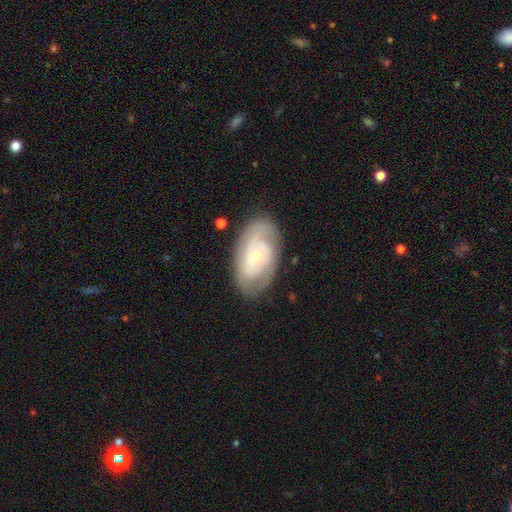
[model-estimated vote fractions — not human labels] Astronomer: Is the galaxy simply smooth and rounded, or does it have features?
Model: featured or disk — 77%.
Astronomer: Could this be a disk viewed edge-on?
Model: no — 96%.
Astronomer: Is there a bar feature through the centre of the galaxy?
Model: no — 59% (runner-up: weak, 34%).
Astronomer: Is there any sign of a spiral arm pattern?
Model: yes — 90%.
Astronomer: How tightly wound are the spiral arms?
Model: tight — 59%.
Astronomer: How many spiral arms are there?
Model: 2 — 45% (runner-up: can't tell, 31%).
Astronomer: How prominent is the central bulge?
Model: small — 69%.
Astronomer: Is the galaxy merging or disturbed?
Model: none — 78%.